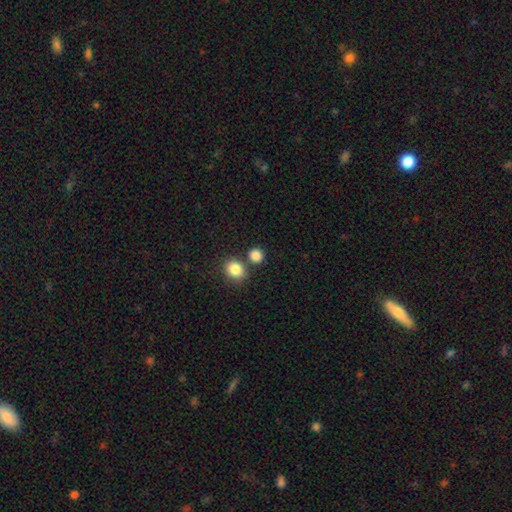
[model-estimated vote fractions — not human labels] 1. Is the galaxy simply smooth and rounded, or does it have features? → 86% smooth, 10% star or artifact, 4% featured or disk.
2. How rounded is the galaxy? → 84% round, 15% in between, 1% cigar-shaped.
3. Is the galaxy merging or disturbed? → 71% none, 18% merger, 8% minor disturbance, 3% major disturbance.